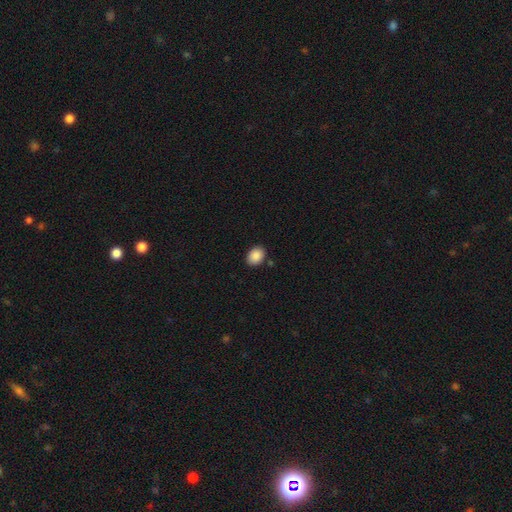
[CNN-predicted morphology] Smooth or featured? Predicted: smooth (p=0.89). How rounded? Predicted: in between (p=0.67). Merging? Predicted: none (p=0.86).